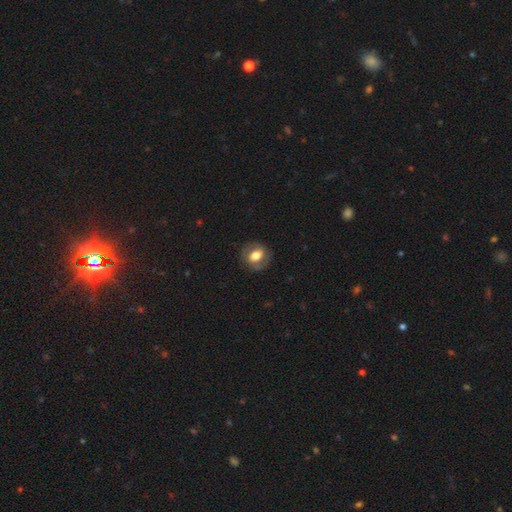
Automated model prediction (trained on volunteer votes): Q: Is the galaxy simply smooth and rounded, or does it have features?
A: smooth — 62%.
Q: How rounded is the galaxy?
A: round — 53%.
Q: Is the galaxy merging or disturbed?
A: none — 82%.